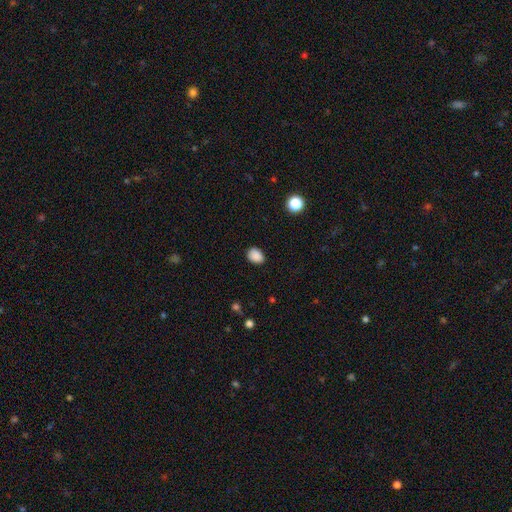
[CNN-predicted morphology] The model was most divided on "how rounded": in between: 65%, round: 34%, cigar-shaped: 1%. More confident: smooth or featured — smooth (88%); merging — none (86%).